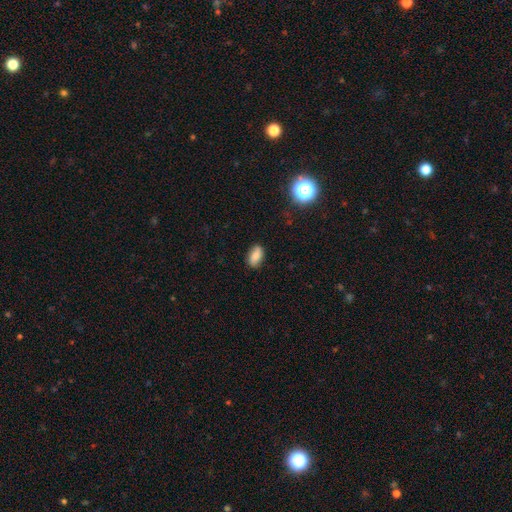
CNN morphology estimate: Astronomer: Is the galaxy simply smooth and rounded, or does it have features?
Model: smooth — 79%.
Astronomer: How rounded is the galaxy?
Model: in between — 89%.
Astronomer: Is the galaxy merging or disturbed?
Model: none — 82%.